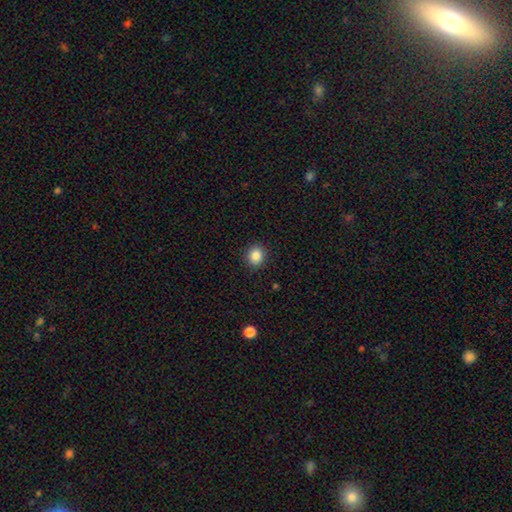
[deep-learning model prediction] Q: Smooth or featured?
A: smooth (86%); runner-up: star or artifact (10%)
Q: How rounded?
A: round (77%); runner-up: in between (22%)
Q: Merging?
A: none (91%); runner-up: minor disturbance (6%)